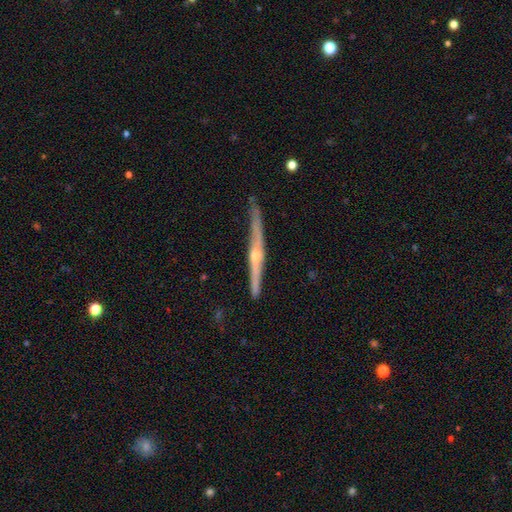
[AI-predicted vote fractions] Overall: featured or disk (84%). Edge-on disk: yes (98%). Edge-on bulge: rounded (87%). Merging: none (84%).